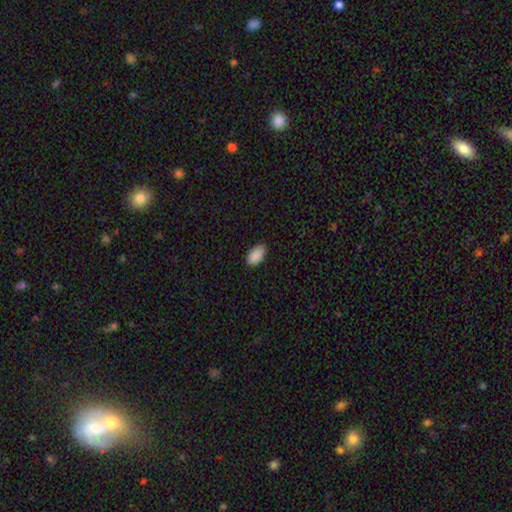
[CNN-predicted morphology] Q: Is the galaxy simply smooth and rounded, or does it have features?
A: smooth — 90%.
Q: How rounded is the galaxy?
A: in between — 94%.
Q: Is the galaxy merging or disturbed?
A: none — 84%.